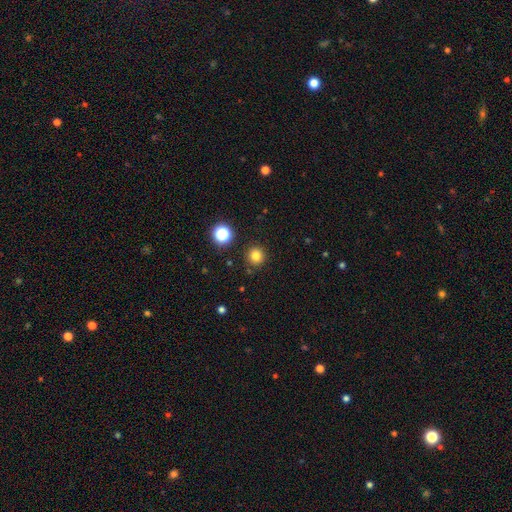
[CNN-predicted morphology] A smooth galaxy with no disk features (80%) that is round (94%). Merging: none (90%).